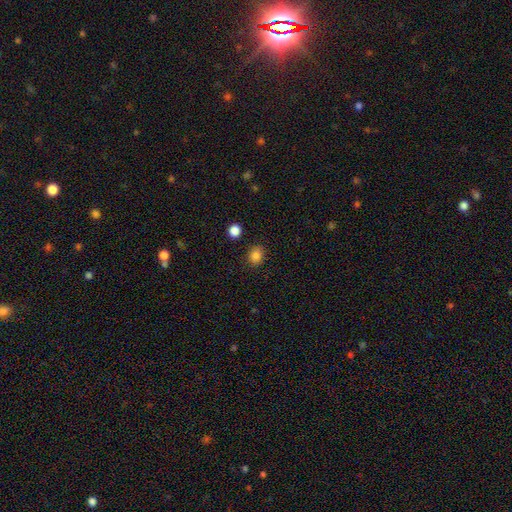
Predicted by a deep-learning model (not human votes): smooth_or_featured: smooth (p=0.84) [alt: star or artifact p=0.11]
how_rounded: round (p=0.63) [alt: in between p=0.36]
merging: none (p=0.86) [alt: minor disturbance p=0.09]